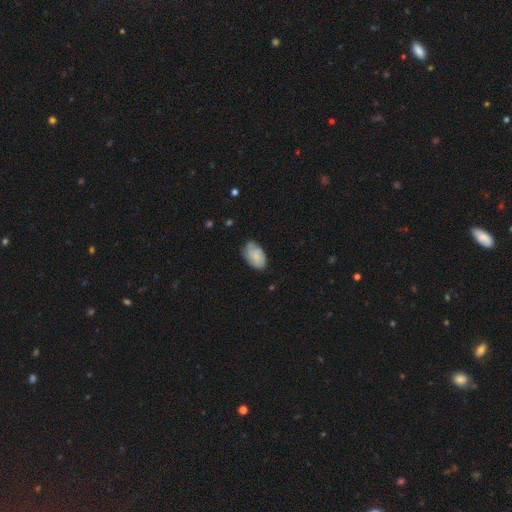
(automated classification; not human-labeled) This appears to be a smooth galaxy with no disk features (67%) that is in between round and cigar-shaped (92%). Merging: none (60%).